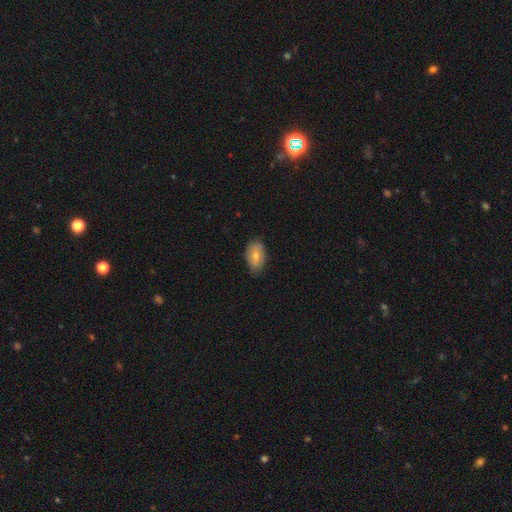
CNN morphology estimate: smooth_or_featured: smooth (p=0.73) [alt: featured or disk p=0.20]
how_rounded: in between (p=0.91) [alt: round p=0.07]
merging: none (p=0.78) [alt: minor disturbance p=0.18]